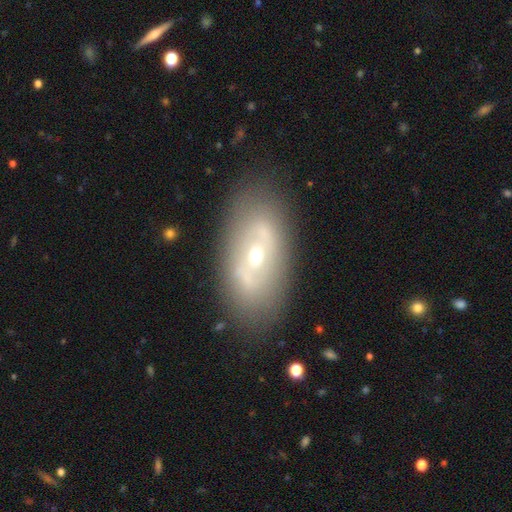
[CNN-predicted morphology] type=featured or disk (66%); edge-on=no (88%); bar=no (47%); spiral arms=no (63%); bulge=moderate (51%); merging=none (81%).